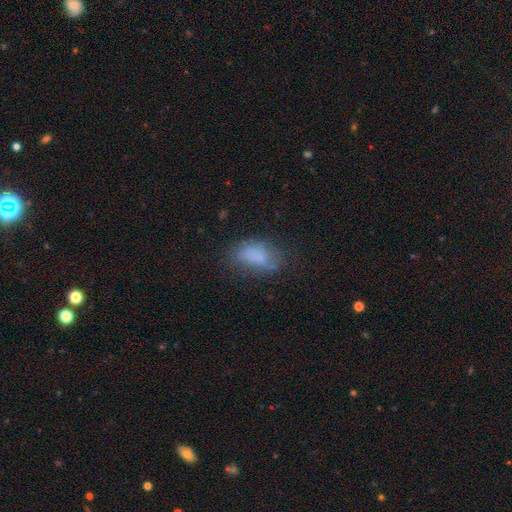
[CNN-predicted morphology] smooth-or-featured: smooth: 71% | featured or disk: 17% | star or artifact: 12%
  how-rounded: in between: 88% | round: 9% | cigar-shaped: 3%
  merging: none: 54% | minor disturbance: 27% | major disturbance: 16% | merger: 3%